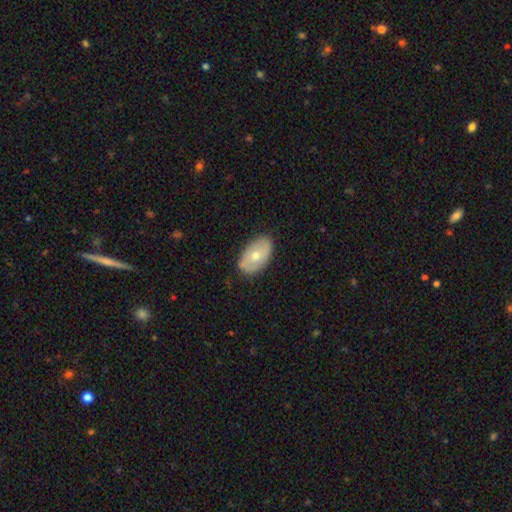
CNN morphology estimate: Smooth or featured? Predicted: smooth (p=0.55). How rounded? Predicted: in between (p=0.92). Merging? Predicted: none (p=0.80).